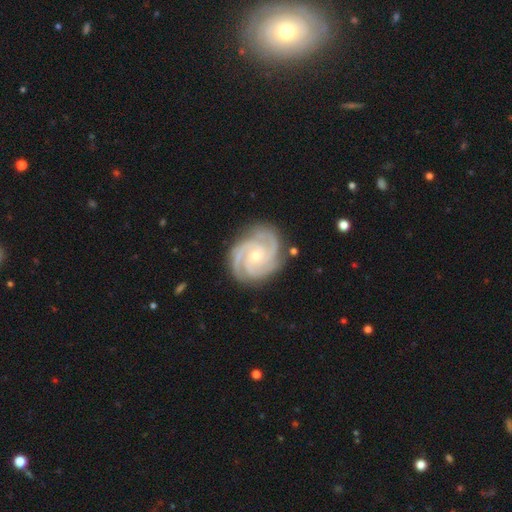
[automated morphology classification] Overall: featured or disk (92%). Edge-on disk: no (98%). Bar: no (70%). Spiral arms: yes (99%). Spiral arm count: 3 (62%). Spiral winding: tight (70%). Bulge size: small (64%; moderate 33%). Merging: none (82%).